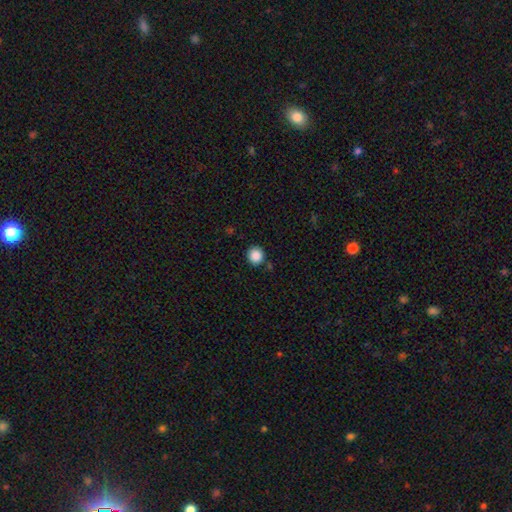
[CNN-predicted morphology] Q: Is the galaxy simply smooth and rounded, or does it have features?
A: smooth — 88%.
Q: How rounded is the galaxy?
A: round — 93%.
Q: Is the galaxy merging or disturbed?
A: none — 88%.